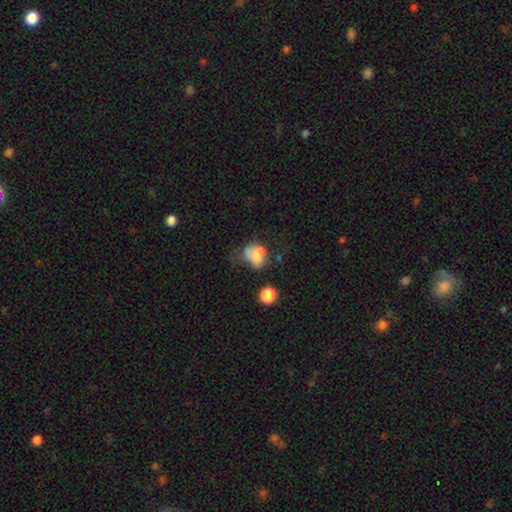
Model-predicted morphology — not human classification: Smooth or featured? Predicted: smooth (p=0.61). How rounded? Predicted: in between (p=0.61). Merging? Predicted: major disturbance (p=0.31).